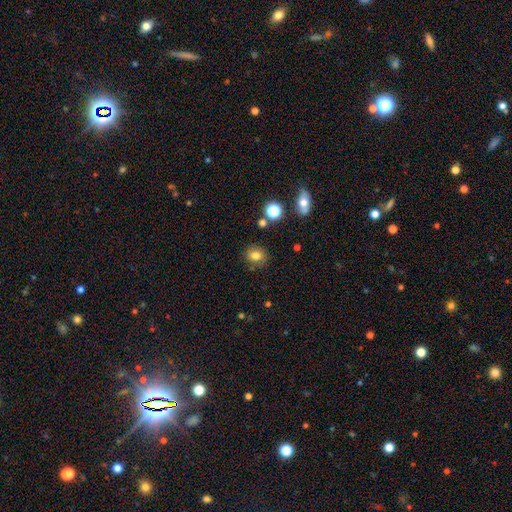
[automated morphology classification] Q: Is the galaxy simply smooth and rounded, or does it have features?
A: smooth — 78%.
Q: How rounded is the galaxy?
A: round — 66%.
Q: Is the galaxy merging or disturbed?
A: none — 84%.